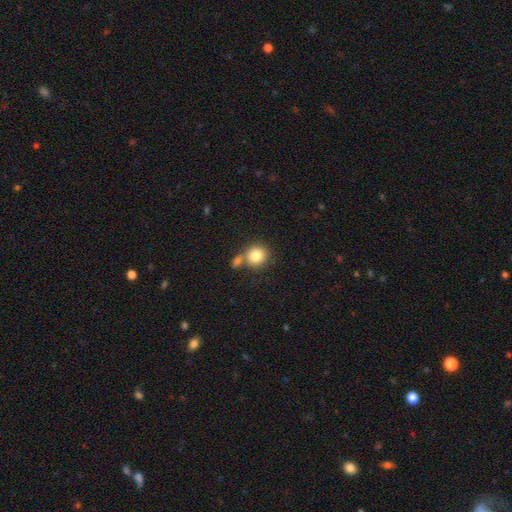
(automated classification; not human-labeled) smooth_or_featured: smooth (p=0.82) [alt: star or artifact p=0.10]
how_rounded: round (p=0.87) [alt: in between p=0.12]
merging: none (p=0.56) [alt: merger p=0.31]